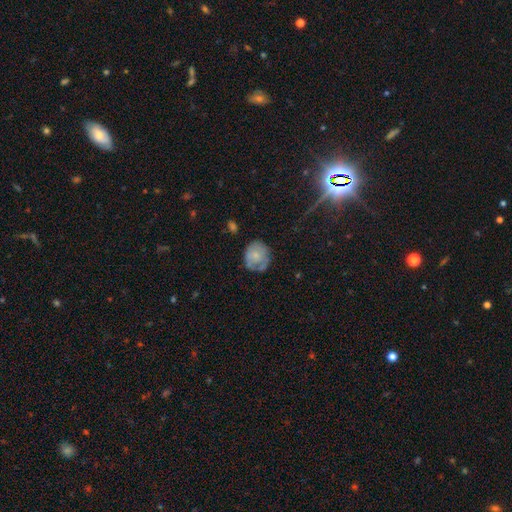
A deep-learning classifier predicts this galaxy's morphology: type=smooth (63%); roundness=round (78%); merging=none (62%).